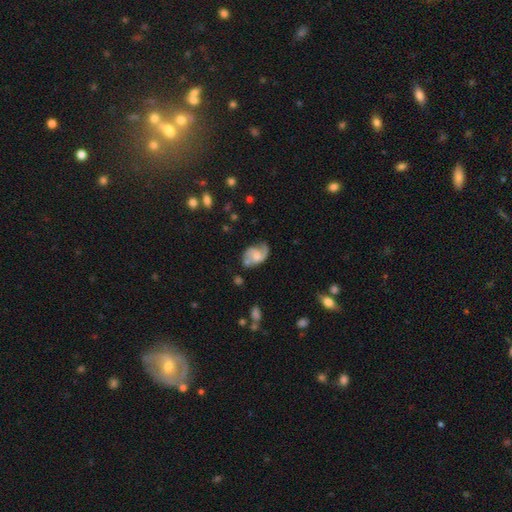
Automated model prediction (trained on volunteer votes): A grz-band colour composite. It shows a featured or disk galaxy (64%) with no bar (60%), 2 (74%) medium (42%) spiral arms (88%) and no central bulge (31%). Merging: none (50%).